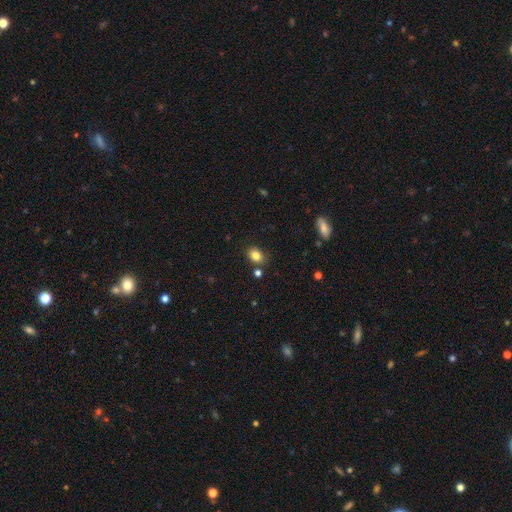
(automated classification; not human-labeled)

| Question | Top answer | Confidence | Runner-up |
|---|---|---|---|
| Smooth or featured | smooth | 83% | star or artifact (11%) |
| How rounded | in between | 64% | round (35%) |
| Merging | none | 80% | minor disturbance (12%) |